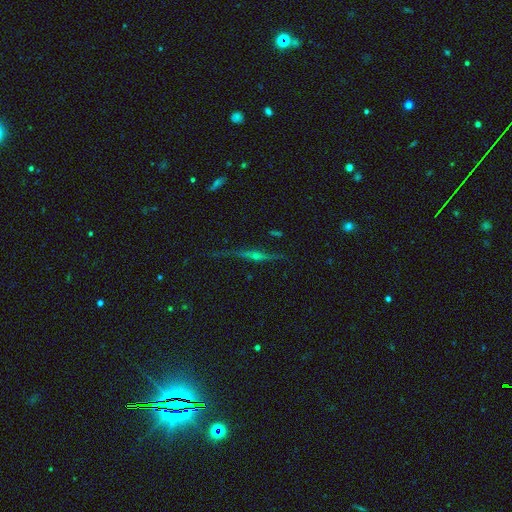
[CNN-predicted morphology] Smooth or featured? featured or disk (75%)
Edge-on disk? yes (94%)
Edge-on bulge? rounded (86%)
Merging? none (79%)